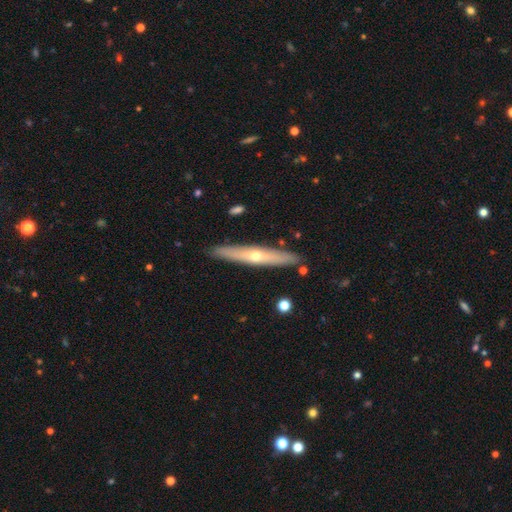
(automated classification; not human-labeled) smooth_or_featured: featured or disk (p=0.62) [alt: smooth p=0.32]
disk_edge_on: yes (p=0.90) [alt: no p=0.10]
edge_on_bulge: rounded (p=0.80) [alt: none p=0.18]
merging: none (p=0.90) [alt: minor disturbance p=0.07]